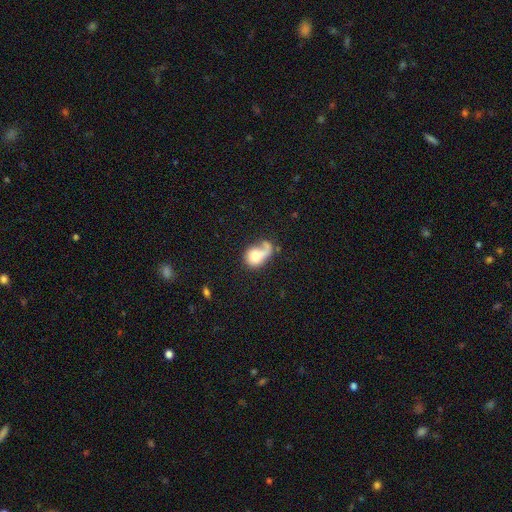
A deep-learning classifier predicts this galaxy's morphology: Smooth or featured: smooth — 57% (featured or disk — 35%)
How rounded: in between — 63% (round — 35%)
Merging: major disturbance — 38% (none — 24%)